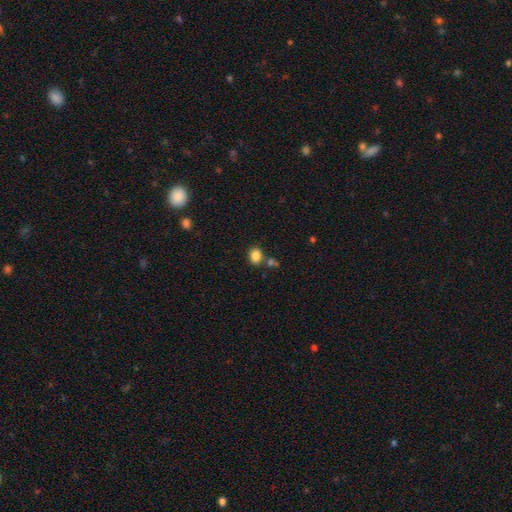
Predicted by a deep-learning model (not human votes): A smooth galaxy with no disk features (85%) that is in between round and cigar-shaped (57%).

Vote fractions:
- Smooth or featured? smooth: 85% / star or artifact: 10% / featured or disk: 5%
- How rounded? in between: 57% / round: 42% / cigar-shaped: 1%
- Merging? none: 71% / merger: 14% / minor disturbance: 11% / major disturbance: 4%